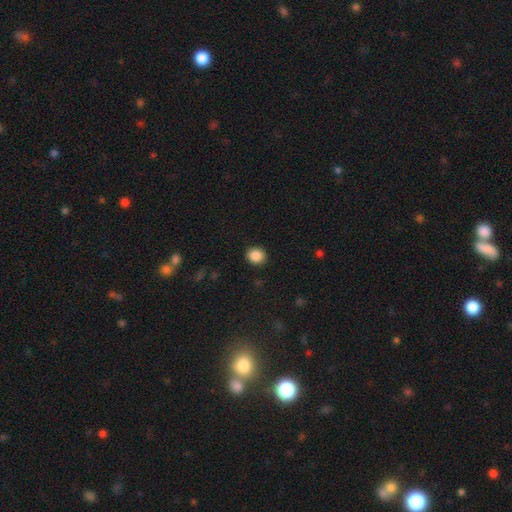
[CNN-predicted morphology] The model was most divided on "how rounded": round: 78%, in between: 21%, cigar-shaped: 1%. More confident: merging — none (90%); smooth or featured — smooth (87%).